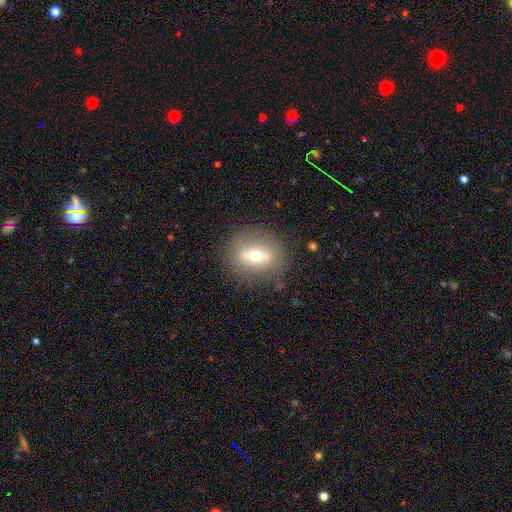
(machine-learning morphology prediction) Smooth or featured?
  - featured or disk: 48% *
  - smooth: 43%
  - star or artifact: 9%
Merging?
  - none: 83% *
  - minor disturbance: 11%
  - major disturbance: 5%
  - merger: 1%